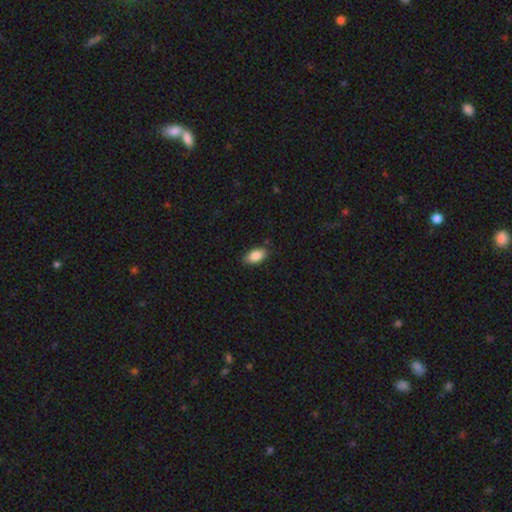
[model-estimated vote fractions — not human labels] smooth-or-featured: smooth: 87% | star or artifact: 7% | featured or disk: 6%
  how-rounded: in between: 93% | round: 4% | cigar-shaped: 3%
  merging: none: 84% | minor disturbance: 13% | major disturbance: 2% | merger: 1%